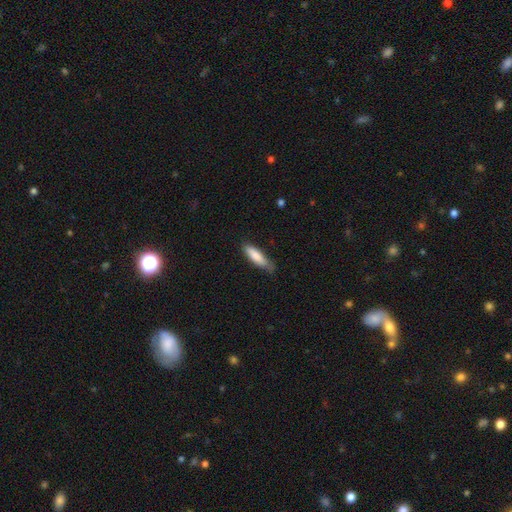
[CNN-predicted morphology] Smooth or featured? Predicted: smooth (p=0.82). How rounded? Predicted: cigar-shaped (p=0.61). Merging? Predicted: none (p=0.67).